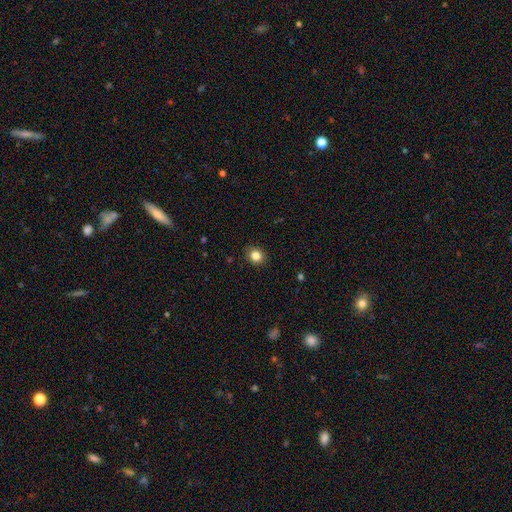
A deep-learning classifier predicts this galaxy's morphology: smooth 83%, star or artifact 11%, featured or disk 5%. Down the decision tree: how rounded — round (76%); merging — none (90%).